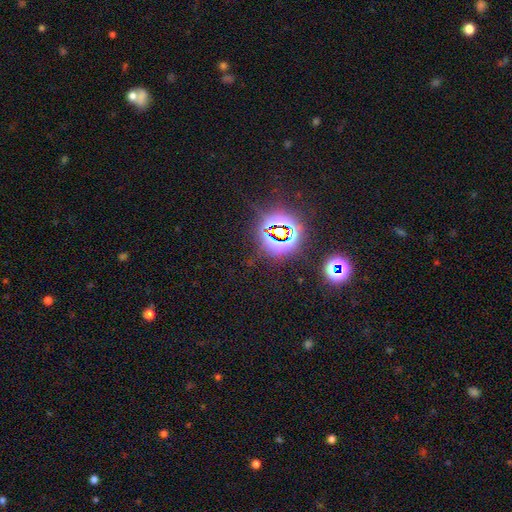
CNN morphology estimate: Q: Smooth or featured?
A: star or artifact (81%); runner-up: smooth (11%)